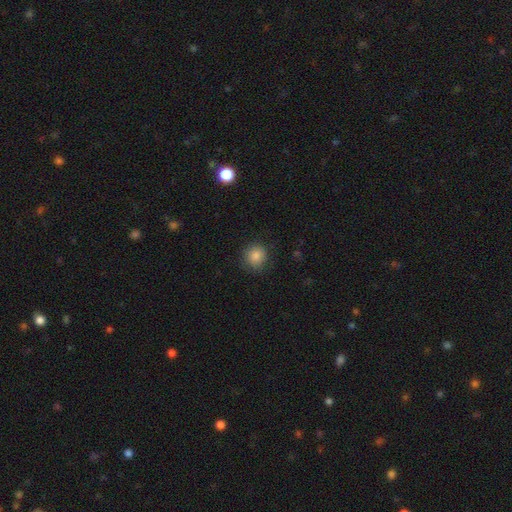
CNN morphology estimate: This is clearly a smooth galaxy (84%). How rounded: clearly round (89%). Merging: clearly none (83%).